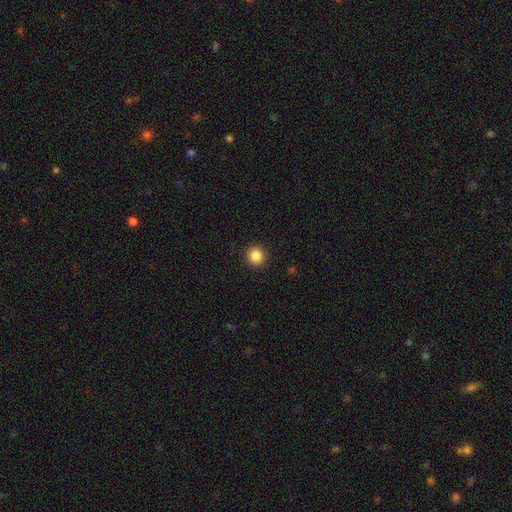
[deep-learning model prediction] Morphology: type=smooth (86%); roundness=round (91%); merging=none (92%).